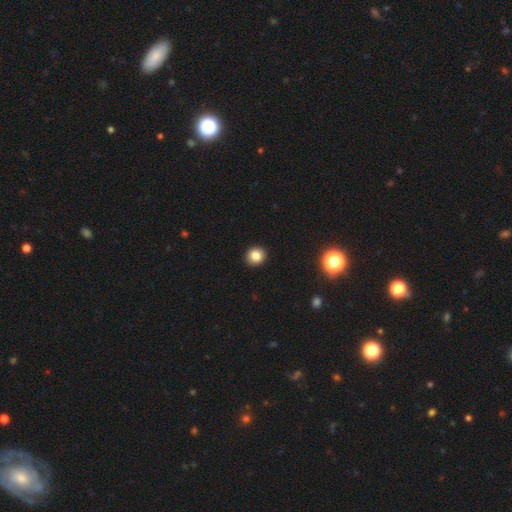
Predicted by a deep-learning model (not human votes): smooth_or_featured: smooth (p=0.84) [alt: star or artifact p=0.11]
how_rounded: round (p=0.85) [alt: in between p=0.14]
merging: none (p=0.92) [alt: minor disturbance p=0.05]